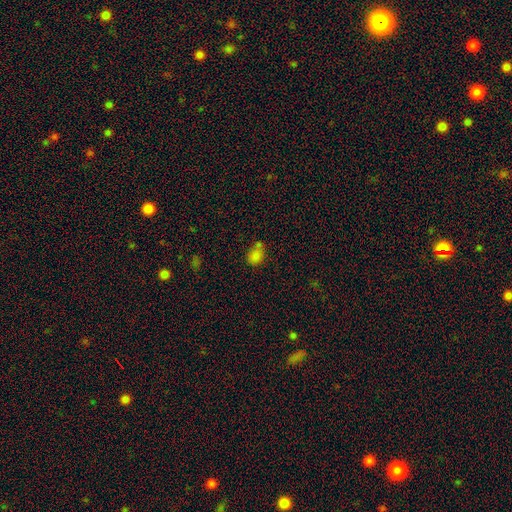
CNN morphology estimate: smooth_or_featured: smooth (p=0.79) [alt: star or artifact p=0.14]
how_rounded: round (p=0.50) [alt: in between p=0.49]
merging: none (p=0.44) [alt: merger p=0.31]